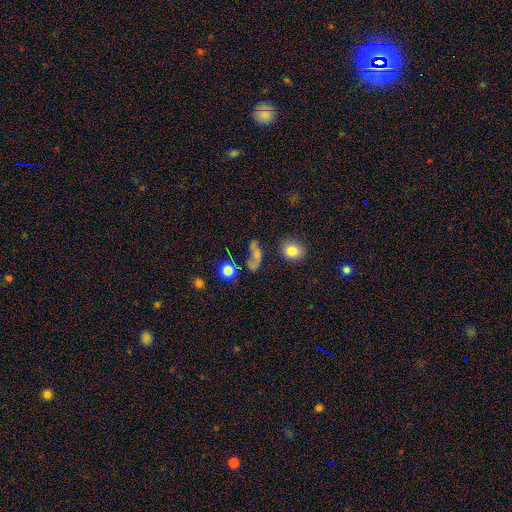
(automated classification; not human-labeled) smooth-or-featured: smooth: 49% | featured or disk: 34% | star or artifact: 17%
  merging: none: 45% | major disturbance: 24% | minor disturbance: 20% | merger: 10%